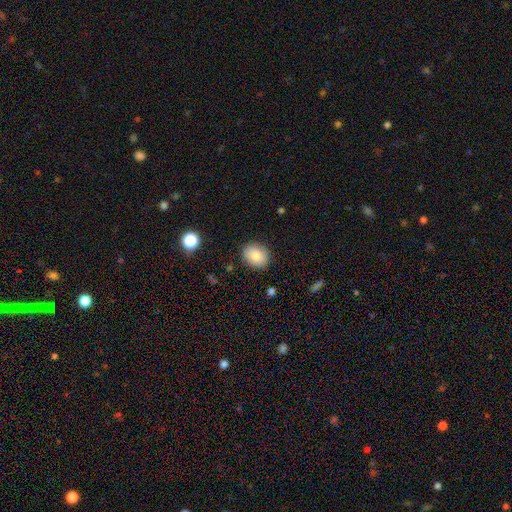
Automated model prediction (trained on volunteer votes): Q: Smooth or featured?
A: smooth (84%); runner-up: star or artifact (8%)
Q: How rounded?
A: in between (50%); runner-up: round (49%)
Q: Merging?
A: none (87%); runner-up: minor disturbance (9%)